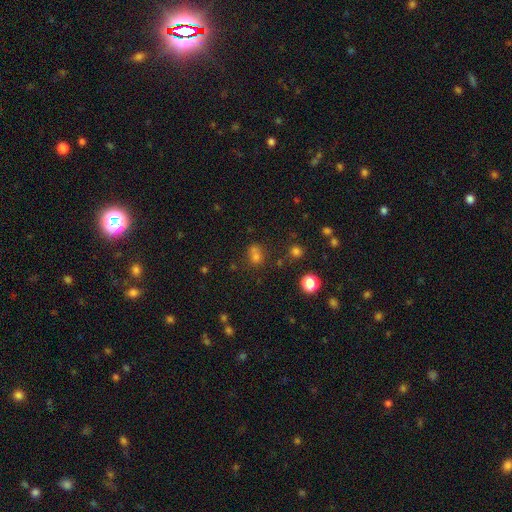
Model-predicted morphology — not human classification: Q: Smooth or featured?
A: smooth (63%); runner-up: star or artifact (27%)
Q: How rounded?
A: round (66%); runner-up: in between (32%)
Q: Merging?
A: none (48%); runner-up: merger (34%)